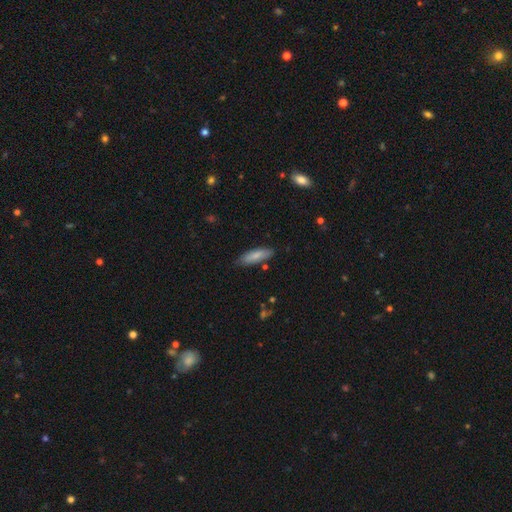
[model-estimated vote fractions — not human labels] Morphology: type=smooth (79%); roundness=cigar-shaped (50%); merging=none (80%).